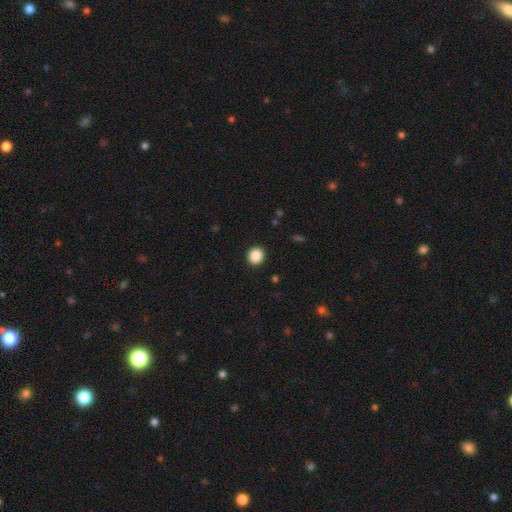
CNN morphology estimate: This is clearly a smooth galaxy (88%). How rounded: clearly round (87%). Merging: clearly none (92%).